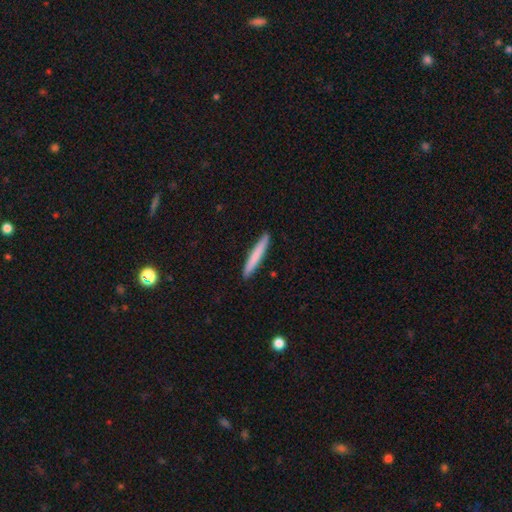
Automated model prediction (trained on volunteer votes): Morphology: type=smooth (75%); roundness=cigar-shaped (96%); merging=none (91%).